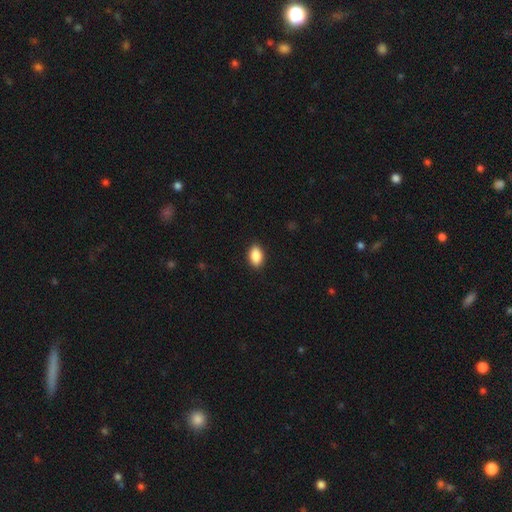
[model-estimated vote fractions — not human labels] Morphology: type=smooth (89%); roundness=in between (90%); merging=none (90%).